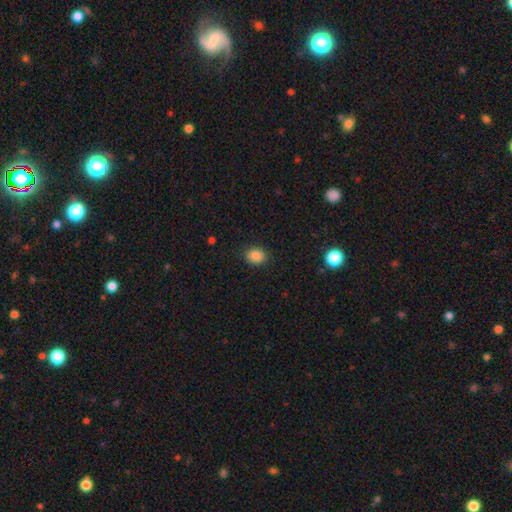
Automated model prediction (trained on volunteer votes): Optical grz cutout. It shows a smooth galaxy with no disk features (86%) that is round (55%). Merging: none (88%).